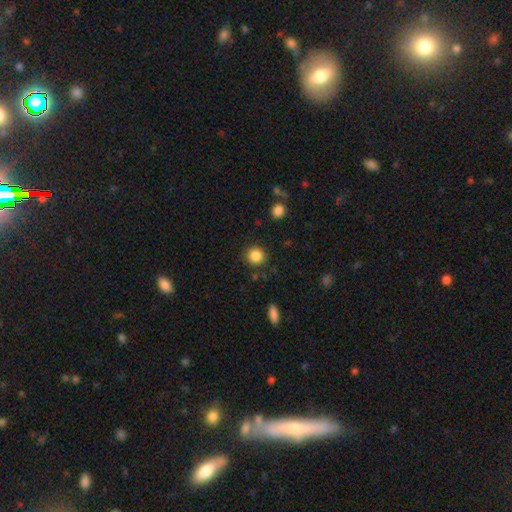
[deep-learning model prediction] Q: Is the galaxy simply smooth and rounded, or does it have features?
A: smooth — 86%.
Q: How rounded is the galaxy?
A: round — 88%.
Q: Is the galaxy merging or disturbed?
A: none — 87%.